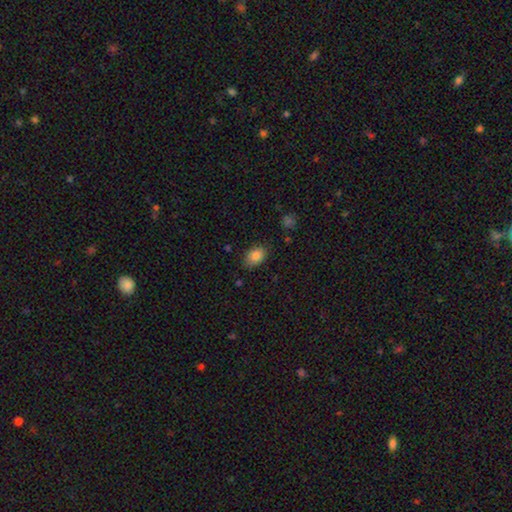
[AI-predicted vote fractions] smooth 83%, star or artifact 9%, featured or disk 8%. Down the decision tree: how rounded — in between (80%); merging — none (81%).